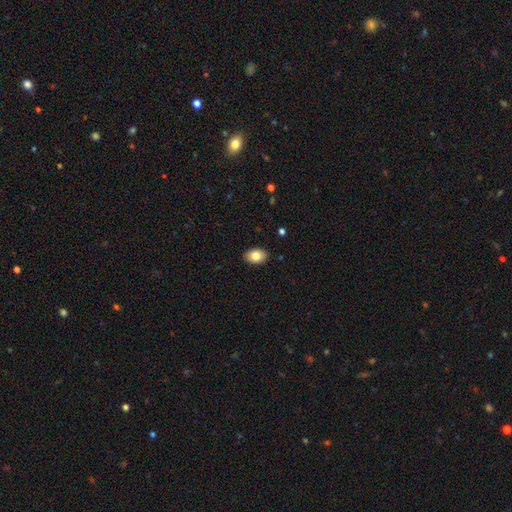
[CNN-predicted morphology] Q: Smooth or featured?
A: smooth (82%); runner-up: featured or disk (11%)
Q: How rounded?
A: in between (86%); runner-up: round (13%)
Q: Merging?
A: none (89%); runner-up: minor disturbance (8%)